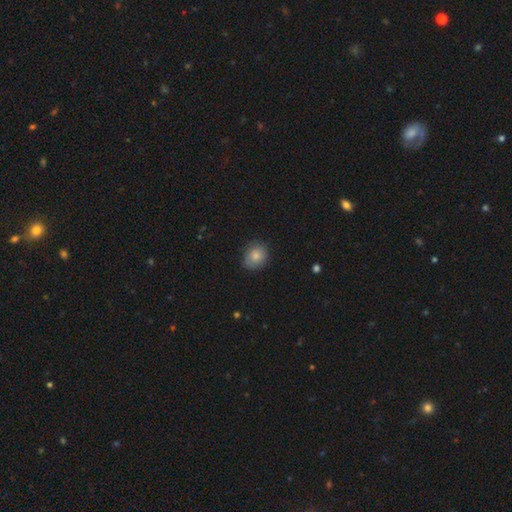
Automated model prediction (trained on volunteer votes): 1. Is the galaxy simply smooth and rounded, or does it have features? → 79% smooth, 13% featured or disk, 8% star or artifact.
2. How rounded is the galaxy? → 59% round, 40% in between, 1% cigar-shaped.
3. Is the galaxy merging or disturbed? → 75% none, 20% minor disturbance, 4% major disturbance, 1% merger.